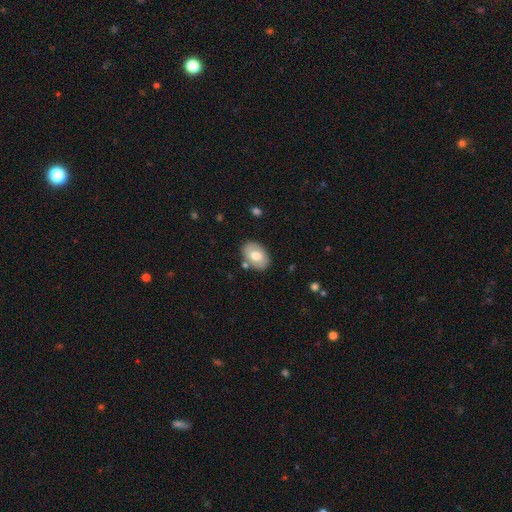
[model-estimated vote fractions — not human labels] smooth_or_featured: smooth (p=0.68) [alt: featured or disk p=0.26]
how_rounded: in between (p=0.84) [alt: round p=0.15]
merging: none (p=0.79) [alt: minor disturbance p=0.13]